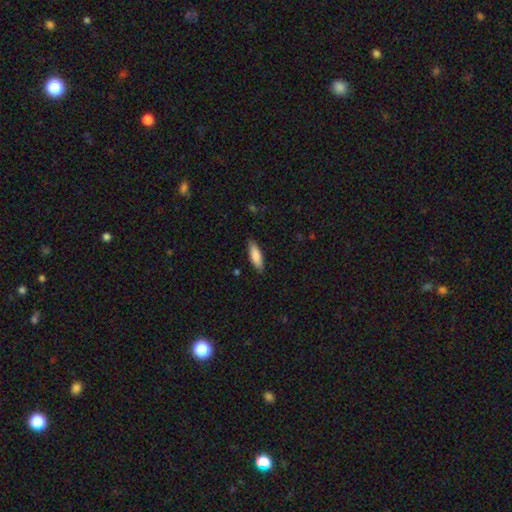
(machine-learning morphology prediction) A smooth galaxy with no disk features (86%) that is in between round and cigar-shaped (54%).

Vote fractions:
- Smooth or featured? smooth: 86% / featured or disk: 9% / star or artifact: 6%
- How rounded? in between: 54% / cigar-shaped: 44% / round: 2%
- Merging? none: 85% / minor disturbance: 12% / major disturbance: 2% / merger: 1%